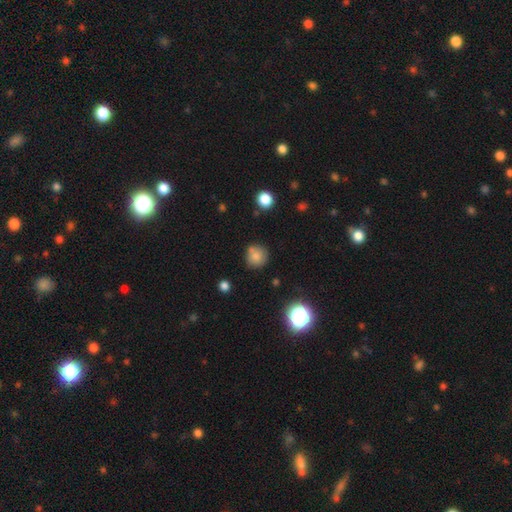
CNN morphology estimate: This appears to be a smooth galaxy with no disk features (78%) that is round (90%). Merging: none (72%).